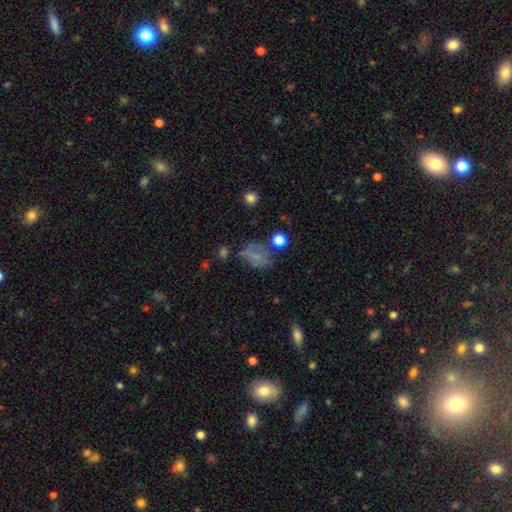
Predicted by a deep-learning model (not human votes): This is possibly a smooth galaxy (59%). How rounded: likely in between (66%). Merging: possibly none (46%).